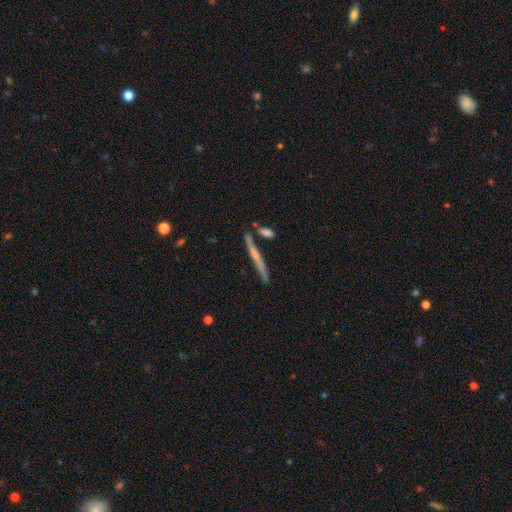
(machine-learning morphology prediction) Q: Smooth or featured?
A: featured or disk (53%); runner-up: smooth (40%)
Q: Edge-on disk?
A: yes (96%); runner-up: no (4%)
Q: Edge-on bulge?
A: none (60%); runner-up: rounded (31%)
Q: Merging?
A: none (80%); runner-up: minor disturbance (11%)